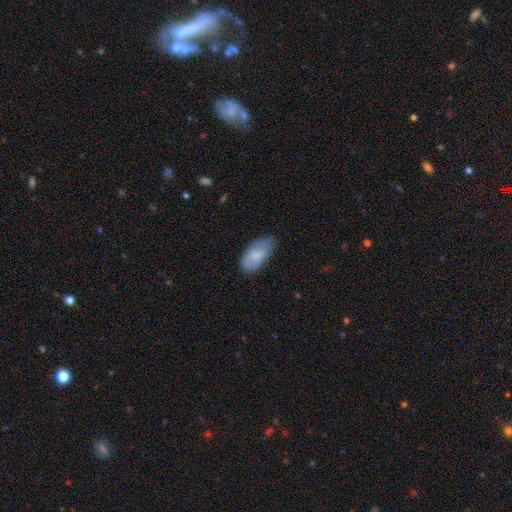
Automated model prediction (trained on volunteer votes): Morphology: type=smooth (81%); roundness=in between (94%); merging=none (64%).